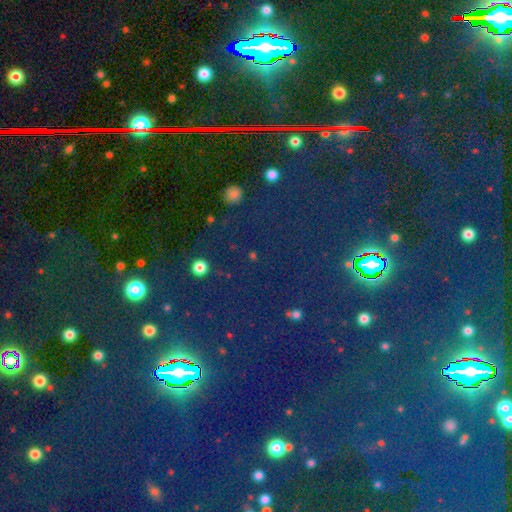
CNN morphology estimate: Overall: star or artifact (80%).